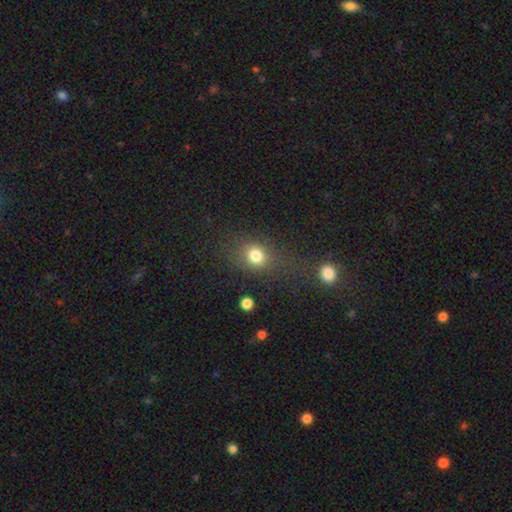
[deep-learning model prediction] Q: Smooth or featured?
A: smooth (79%); runner-up: star or artifact (13%)
Q: How rounded?
A: round (66%); runner-up: in between (32%)
Q: Merging?
A: none (66%); runner-up: minor disturbance (15%)